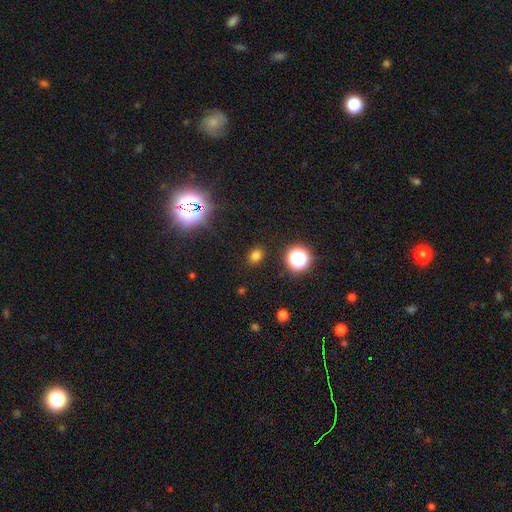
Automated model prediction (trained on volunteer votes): A smooth galaxy with no disk features (74%) that is in between round and cigar-shaped (52%).

Vote fractions:
- Smooth or featured? smooth: 74% / star or artifact: 21% / featured or disk: 5%
- How rounded? in between: 52% / round: 47% / cigar-shaped: 1%
- Merging? none: 87% / minor disturbance: 8% / major disturbance: 3% / merger: 2%